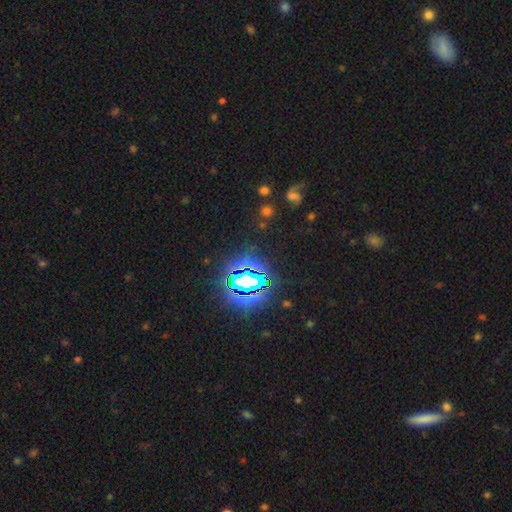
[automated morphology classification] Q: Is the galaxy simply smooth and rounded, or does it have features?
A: star or artifact — 83%.